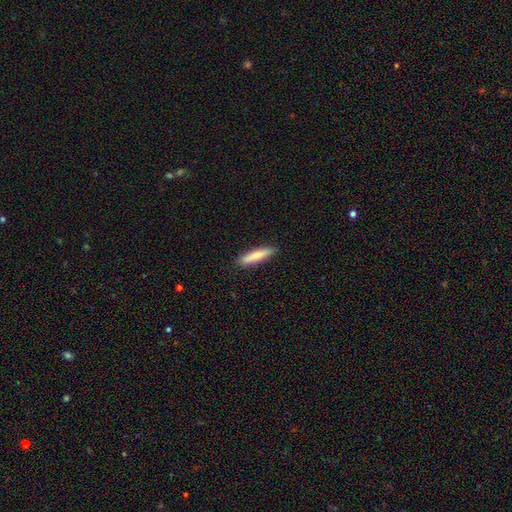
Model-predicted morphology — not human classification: Smooth or featured? Predicted: smooth (p=0.80). How rounded? Predicted: cigar-shaped (p=0.86). Merging? Predicted: none (p=0.90).